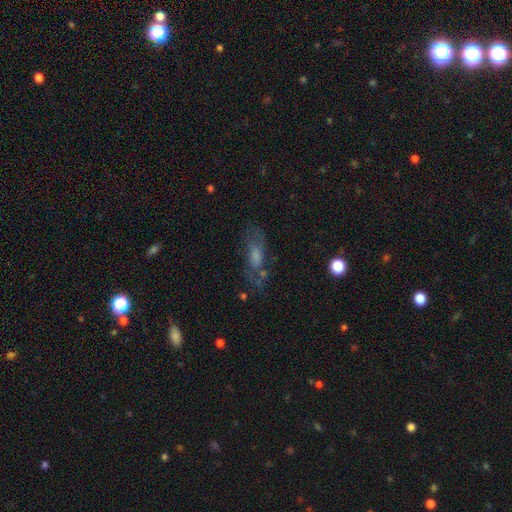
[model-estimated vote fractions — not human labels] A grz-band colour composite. It shows a featured or disk galaxy (50%). Merging: none (60%).